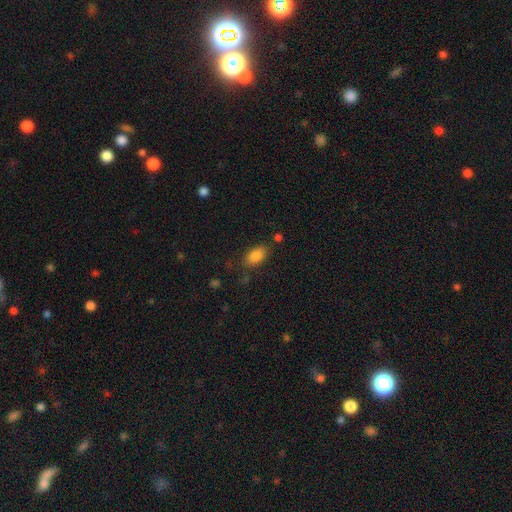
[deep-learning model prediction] Smooth or featured?
  - smooth: 84% *
  - star or artifact: 8%
  - featured or disk: 8%
How rounded?
  - in between: 90% *
  - round: 6%
  - cigar-shaped: 4%
Merging?
  - none: 77% *
  - minor disturbance: 15%
  - major disturbance: 4%
  - merger: 4%